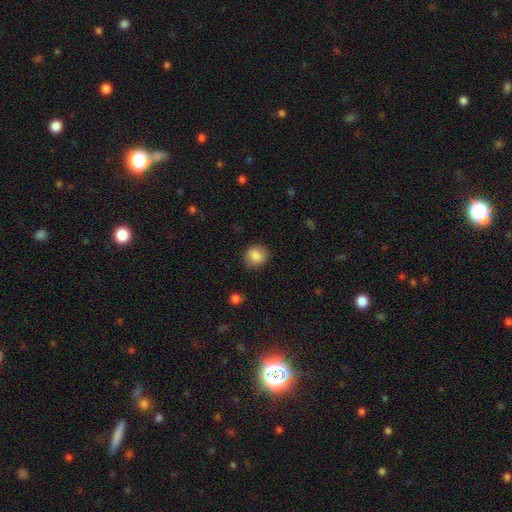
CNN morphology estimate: Smooth or featured: smooth — 87% (star or artifact — 9%)
How rounded: round — 80% (in between — 19%)
Merging: none — 86% (minor disturbance — 10%)